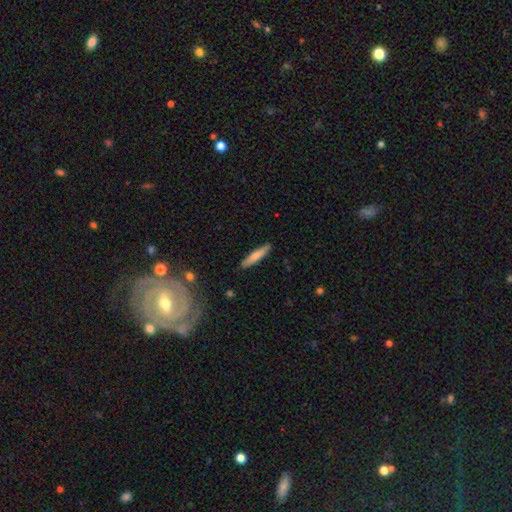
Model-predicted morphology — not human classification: Smooth or featured?
  - smooth: 74% *
  - featured or disk: 20%
  - star or artifact: 6%
How rounded?
  - cigar-shaped: 90% *
  - in between: 9%
  - round: 1%
Merging?
  - none: 89% *
  - minor disturbance: 8%
  - major disturbance: 2%
  - merger: 1%